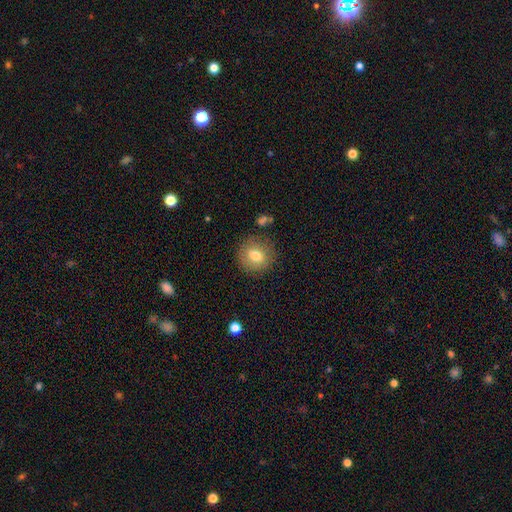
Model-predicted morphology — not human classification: A smooth galaxy with no disk features (75%) that is round (83%). Merging: none (84%).